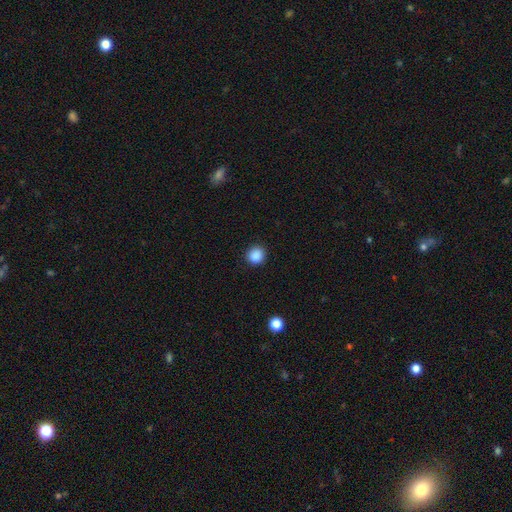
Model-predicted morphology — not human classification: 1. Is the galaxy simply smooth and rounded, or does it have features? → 87% smooth, 10% star or artifact, 3% featured or disk.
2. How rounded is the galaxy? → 90% round, 9% in between, 1% cigar-shaped.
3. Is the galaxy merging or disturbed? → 90% none, 7% minor disturbance, 2% major disturbance, 1% merger.